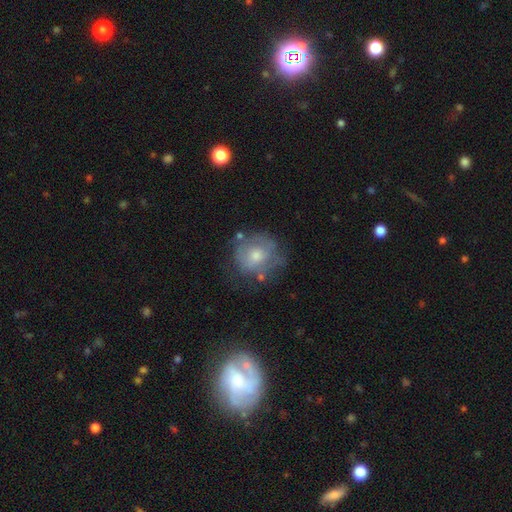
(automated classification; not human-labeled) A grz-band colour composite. It shows a featured or disk galaxy (45%). Merging: none (60%).